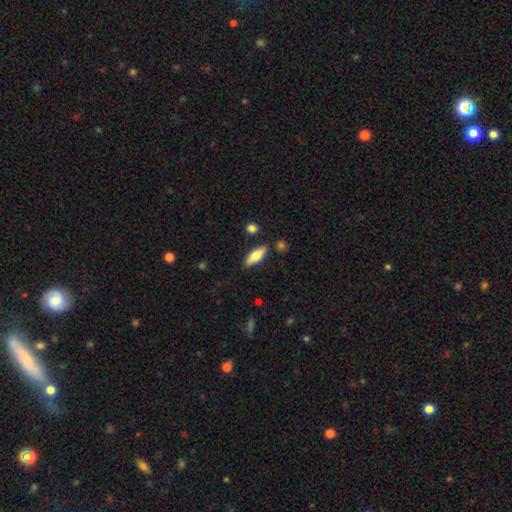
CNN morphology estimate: type=smooth (66%); roundness=in between (55%); merging=none (84%).